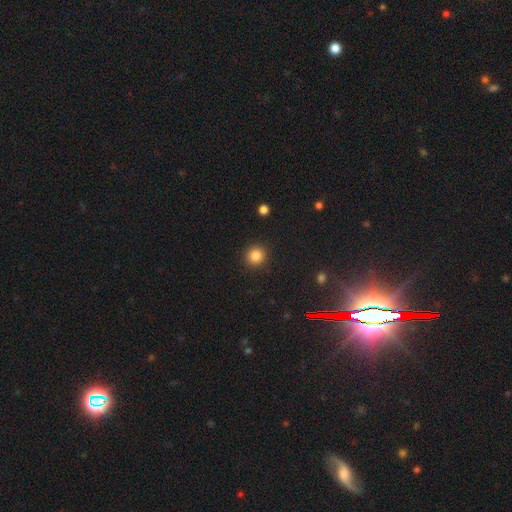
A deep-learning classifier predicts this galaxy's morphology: A smooth galaxy with no disk features (85%) that is round (93%). Merging: none (92%).